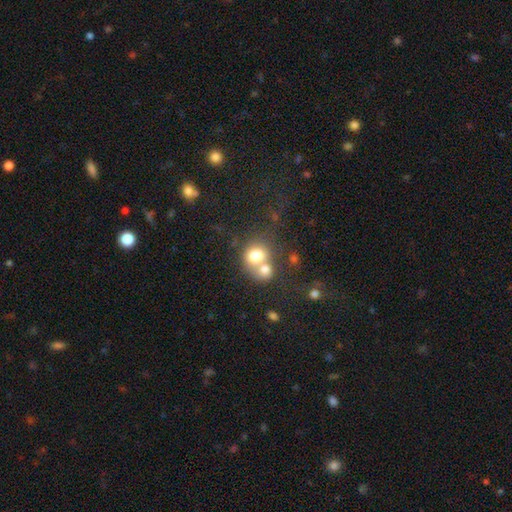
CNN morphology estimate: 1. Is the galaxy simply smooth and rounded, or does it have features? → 73% smooth, 16% featured or disk, 11% star or artifact.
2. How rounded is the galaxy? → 68% round, 31% in between, 1% cigar-shaped.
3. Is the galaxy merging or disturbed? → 60% merger, 28% none, 8% minor disturbance, 5% major disturbance.